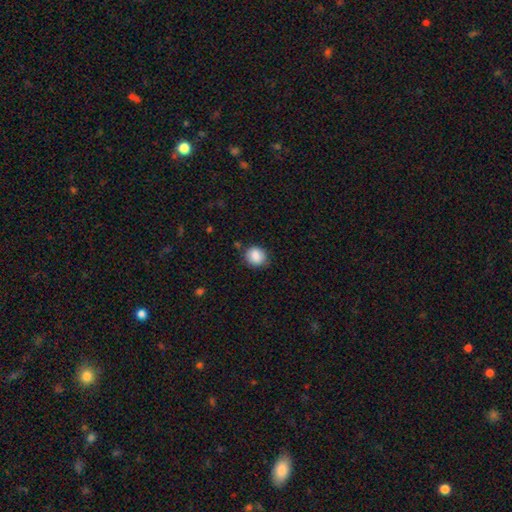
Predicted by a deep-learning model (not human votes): Smooth or featured: smooth — 87% (star or artifact — 8%)
How rounded: round — 78% (in between — 21%)
Merging: none — 79% (minor disturbance — 15%)